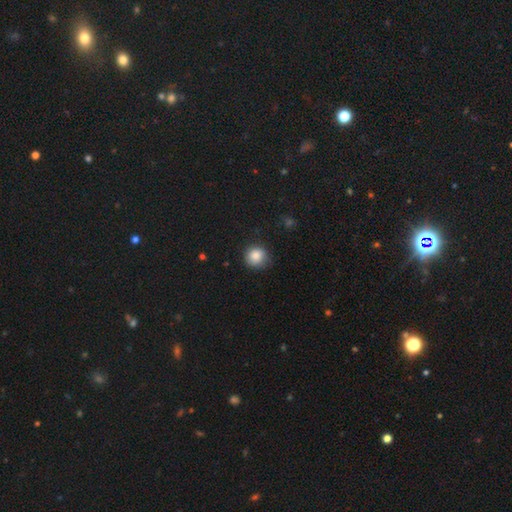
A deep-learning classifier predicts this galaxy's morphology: Smooth or featured? Predicted: smooth (p=0.85). How rounded? Predicted: round (p=0.90). Merging? Predicted: none (p=0.78).